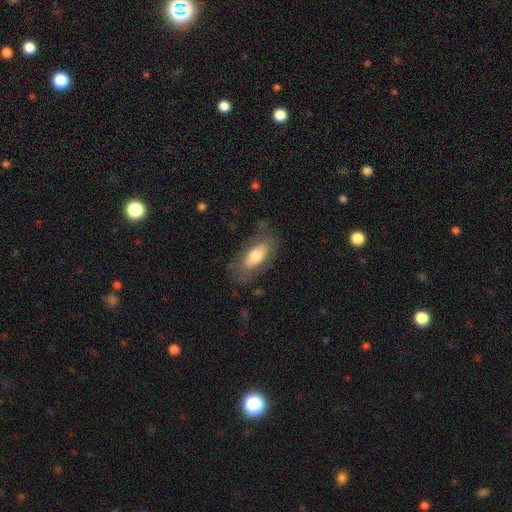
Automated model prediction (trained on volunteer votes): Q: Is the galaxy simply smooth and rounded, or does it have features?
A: smooth — 63%.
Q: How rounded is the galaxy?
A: in between — 85%.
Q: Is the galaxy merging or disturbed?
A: none — 71%.